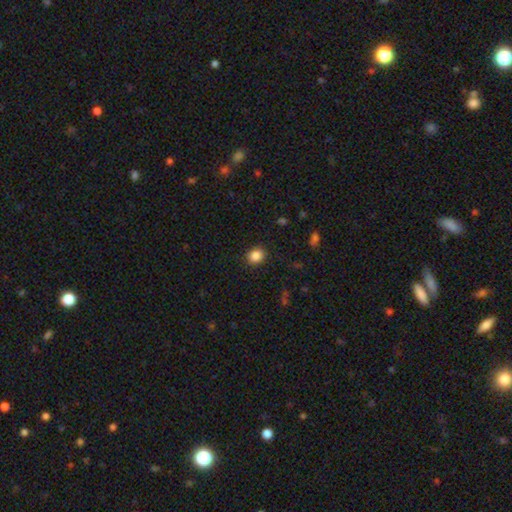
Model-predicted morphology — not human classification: This appears to be a smooth galaxy with no disk features (87%) that is round (64%). Merging: none (89%).